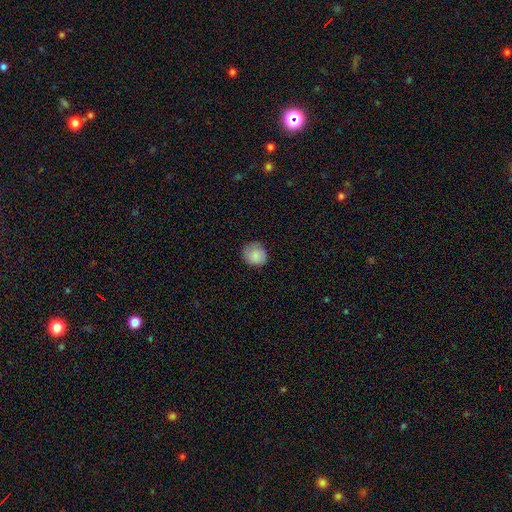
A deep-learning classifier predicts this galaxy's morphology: Smooth or featured? smooth (86%)
How rounded? round (80%)
Merging? none (78%)